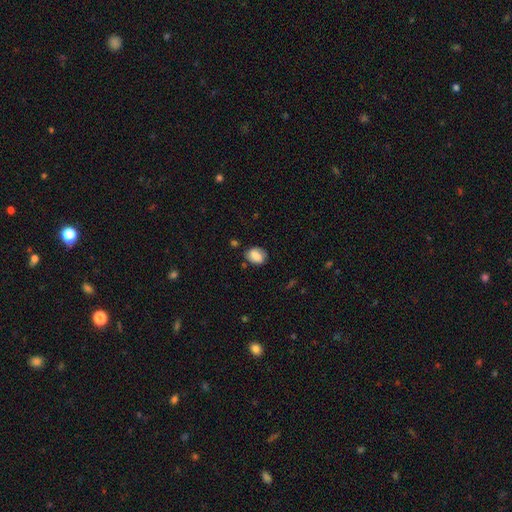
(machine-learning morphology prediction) This is likely a smooth galaxy (79%). How rounded: likely in between (63%). Merging: likely none (71%).